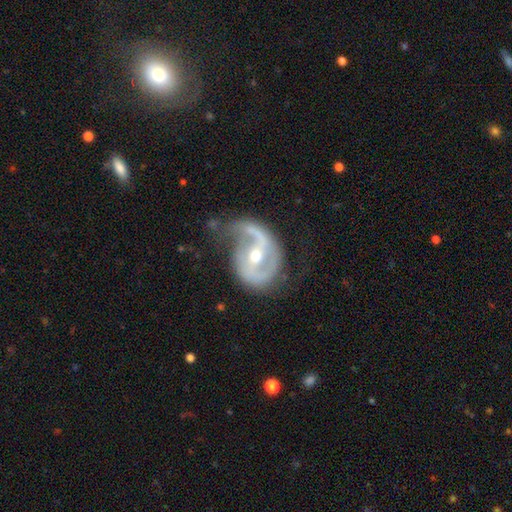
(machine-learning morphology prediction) featured or disk 86%, smooth 9%, star or artifact 5%. Down the decision tree: edge-on disk — no (97%); bar — strong (39%); spiral arms — yes (90%); spiral arm count — 2 (64%); spiral winding — medium (45%); bulge size — moderate (54%); merging — none (42%).